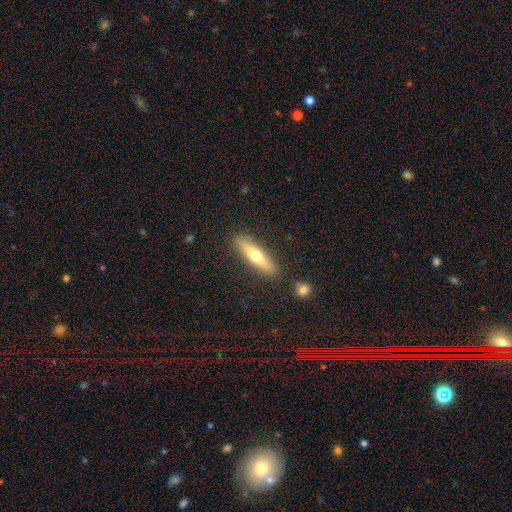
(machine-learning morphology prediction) Q: Smooth or featured?
A: smooth (56%); runner-up: featured or disk (38%)
Q: How rounded?
A: cigar-shaped (77%); runner-up: in between (21%)
Q: Merging?
A: none (87%); runner-up: minor disturbance (9%)